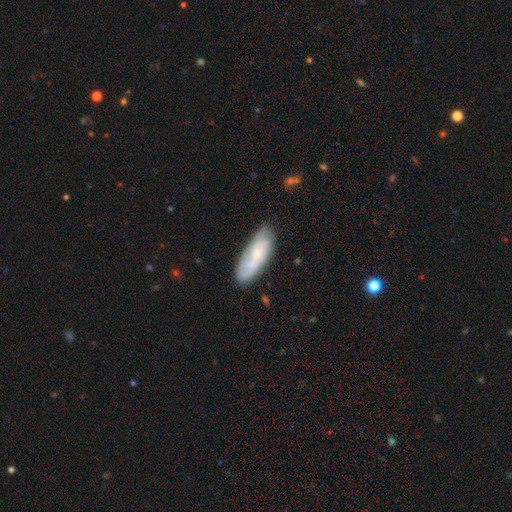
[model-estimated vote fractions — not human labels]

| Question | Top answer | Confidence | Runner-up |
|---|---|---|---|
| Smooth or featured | featured or disk | 53% | smooth (40%) |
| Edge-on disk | no | 87% | yes (13%) |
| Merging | none | 75% | minor disturbance (19%) |